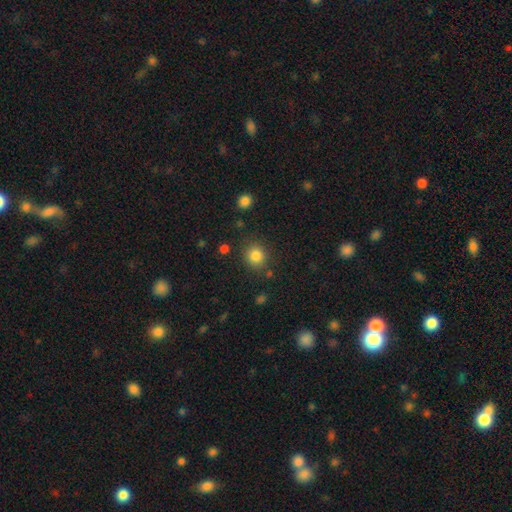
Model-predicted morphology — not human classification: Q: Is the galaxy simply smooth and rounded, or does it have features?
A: smooth — 84%.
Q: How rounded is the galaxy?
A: round — 85%.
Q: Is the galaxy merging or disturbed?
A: none — 84%.